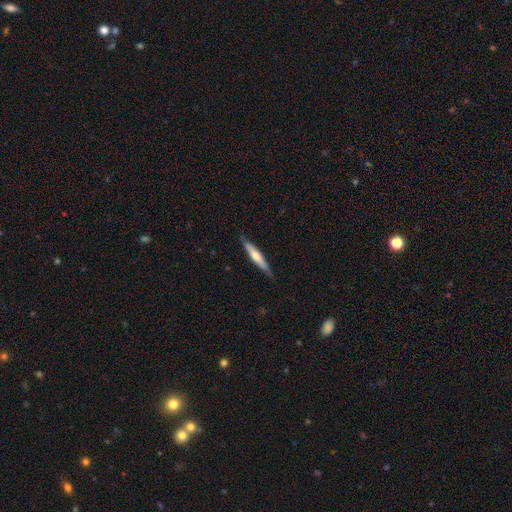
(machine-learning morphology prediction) A featured or disk galaxy (48%). Merging: none (85%).